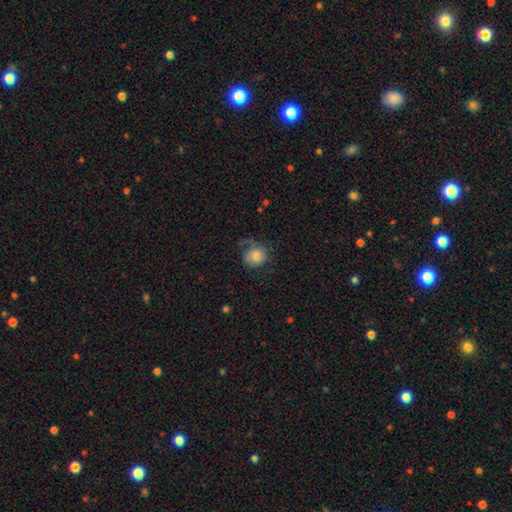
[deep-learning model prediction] Q: Smooth or featured?
A: smooth (67%); runner-up: featured or disk (24%)
Q: How rounded?
A: round (76%); runner-up: in between (23%)
Q: Merging?
A: none (53%); runner-up: minor disturbance (25%)